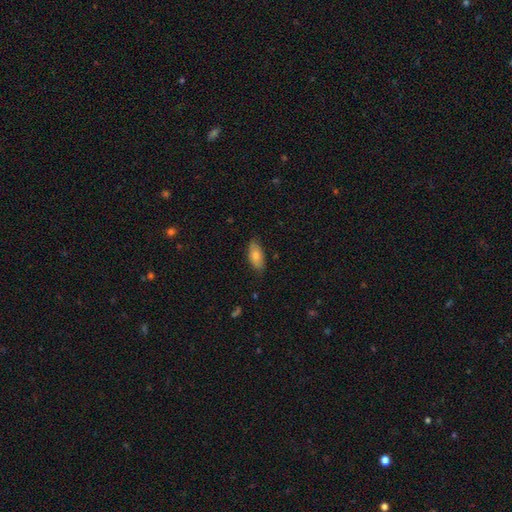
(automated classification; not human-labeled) Overall: smooth (79%). How rounded: in between (89%). Merging: none (81%).